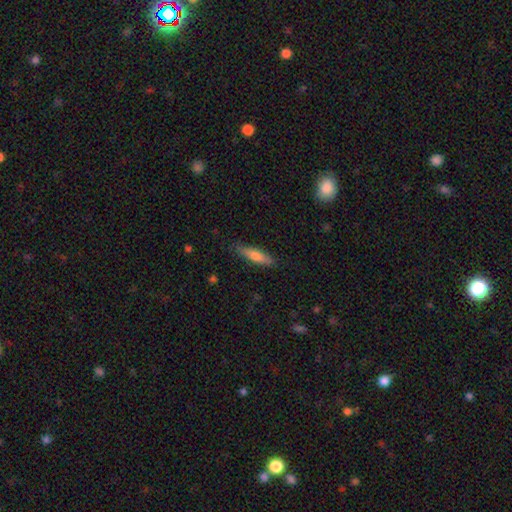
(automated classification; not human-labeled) This appears to be a smooth galaxy with no disk features (71%) that is cigar-shaped (75%). Merging: none (84%).